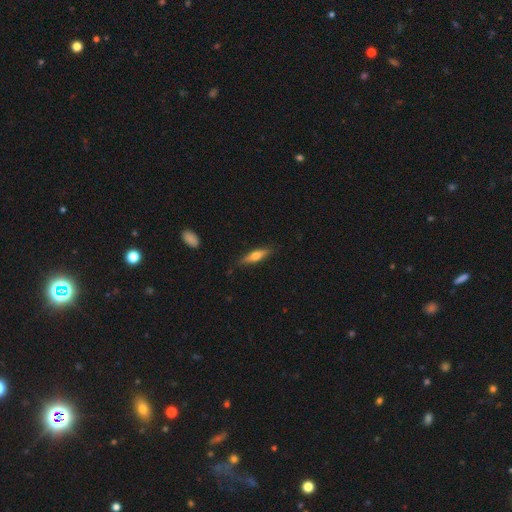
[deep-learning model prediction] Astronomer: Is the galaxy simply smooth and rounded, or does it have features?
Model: featured or disk — 51% (runner-up: smooth, 43%).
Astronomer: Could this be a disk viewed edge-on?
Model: yes — 93%.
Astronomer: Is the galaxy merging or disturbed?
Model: none — 85%.